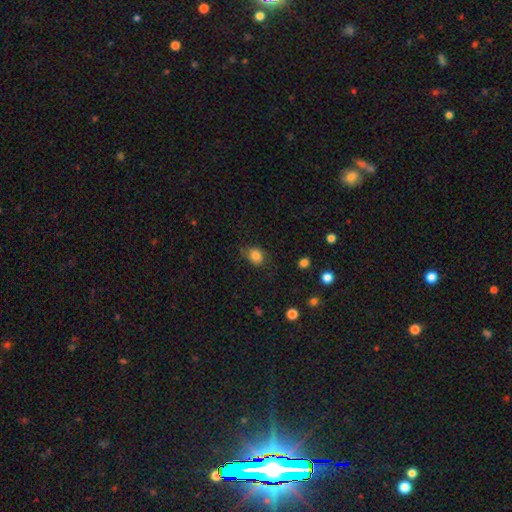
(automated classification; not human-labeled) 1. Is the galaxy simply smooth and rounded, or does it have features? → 82% smooth, 10% star or artifact, 8% featured or disk.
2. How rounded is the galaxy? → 58% round, 41% in between, 1% cigar-shaped.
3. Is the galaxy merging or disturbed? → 66% none, 23% minor disturbance, 9% major disturbance, 2% merger.